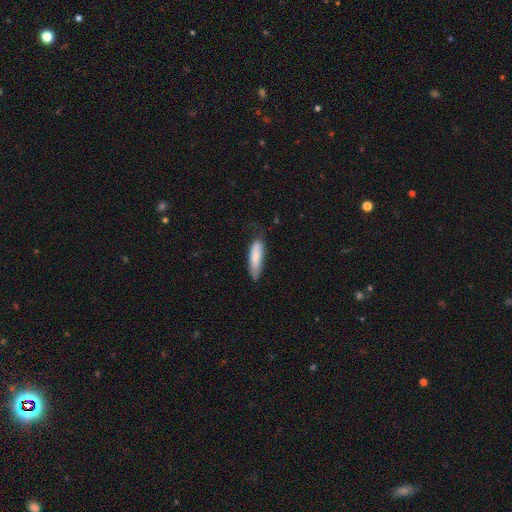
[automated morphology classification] smooth 81%, featured or disk 13%, star or artifact 6%. Down the decision tree: how rounded — cigar-shaped (55%); merging — none (59%).